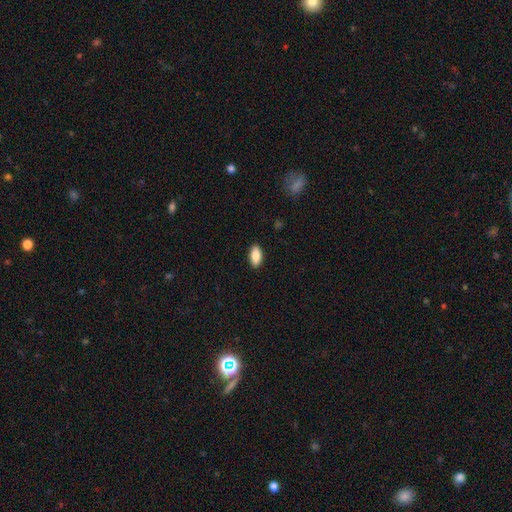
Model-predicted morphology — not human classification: Smooth or featured? smooth (87%)
How rounded? in between (90%)
Merging? none (89%)